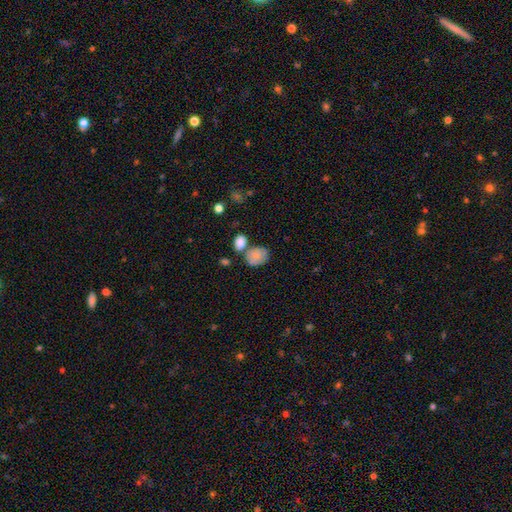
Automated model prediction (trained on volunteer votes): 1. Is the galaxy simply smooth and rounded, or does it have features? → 81% smooth, 11% featured or disk, 8% star or artifact.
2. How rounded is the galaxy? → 63% in between, 36% round, 1% cigar-shaped.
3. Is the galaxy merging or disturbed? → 46% none, 28% merger, 19% minor disturbance, 7% major disturbance.